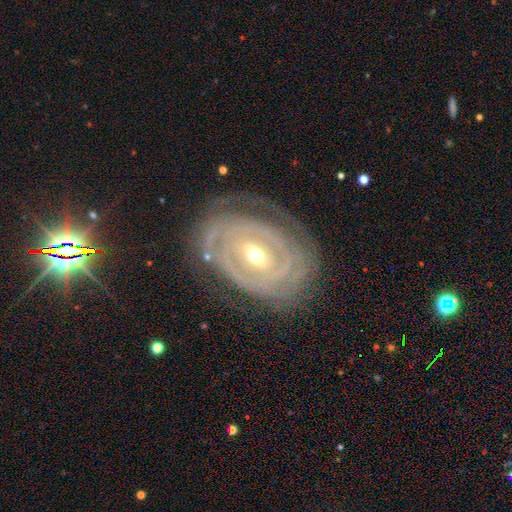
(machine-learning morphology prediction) Smooth or featured: featured or disk — 88% (smooth — 7%)
Edge-on disk: no — 95% (yes — 5%)
Bar: weak — 43% (strong — 32%)
Spiral arms: yes — 91% (no — 9%)
Spiral winding: tight — 80% (medium — 15%)
Spiral arm count: can't tell — 36% (2 — 28%)
Bulge size: moderate — 58% (small — 38%)
Merging: none — 69% (minor disturbance — 19%)